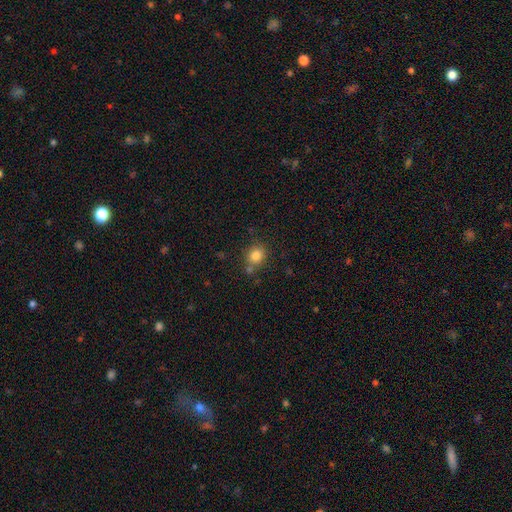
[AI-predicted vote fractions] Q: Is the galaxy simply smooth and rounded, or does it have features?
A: smooth — 82%.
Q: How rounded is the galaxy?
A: round — 78%.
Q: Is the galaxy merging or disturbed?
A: none — 73%.